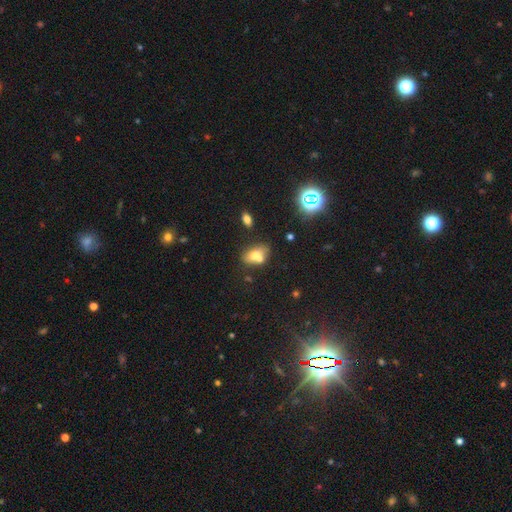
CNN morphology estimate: Smooth or featured?
  - smooth: 64% *
  - featured or disk: 22%
  - star or artifact: 14%
How rounded?
  - in between: 73% *
  - round: 24%
  - cigar-shaped: 2%
Merging?
  - merger: 43% *
  - none: 38%
  - minor disturbance: 13%
  - major disturbance: 6%